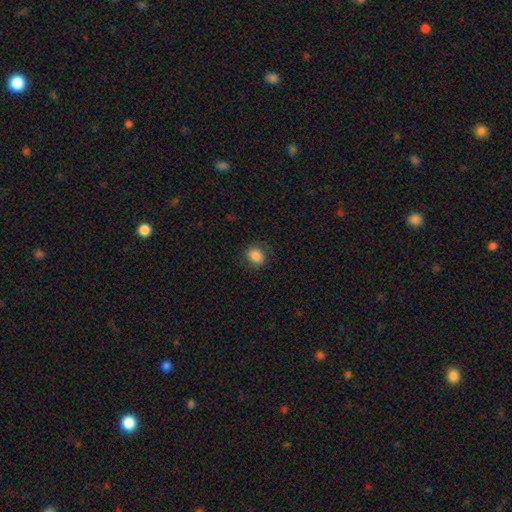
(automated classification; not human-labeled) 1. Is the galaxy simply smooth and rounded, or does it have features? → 85% smooth, 9% star or artifact, 6% featured or disk.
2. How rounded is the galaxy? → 52% round, 47% in between, 1% cigar-shaped.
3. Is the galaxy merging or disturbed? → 78% none, 15% minor disturbance, 6% major disturbance, 1% merger.